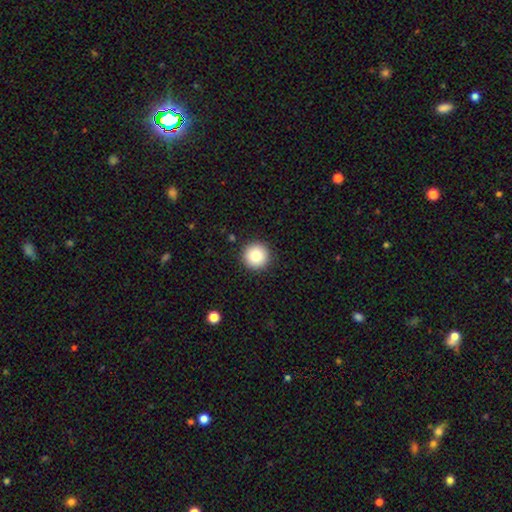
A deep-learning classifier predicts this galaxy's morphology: Q: Smooth or featured?
A: smooth (84%); runner-up: star or artifact (9%)
Q: How rounded?
A: round (96%); runner-up: in between (3%)
Q: Merging?
A: none (92%); runner-up: minor disturbance (5%)